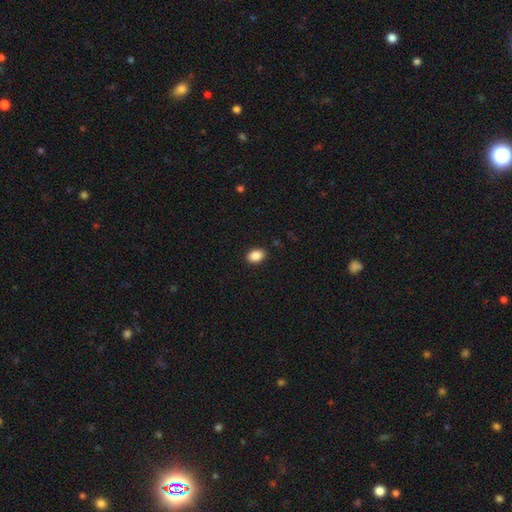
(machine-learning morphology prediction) smooth 88%, star or artifact 8%, featured or disk 4%. Down the decision tree: how rounded — in between (81%); merging — none (90%).